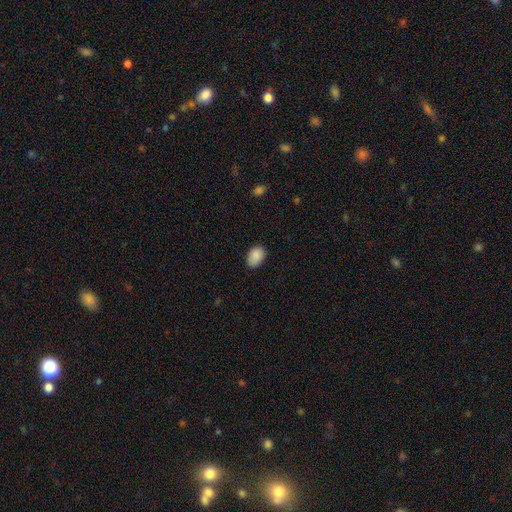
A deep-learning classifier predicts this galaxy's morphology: Smooth or featured? smooth (89%)
How rounded? in between (84%)
Merging? none (81%)